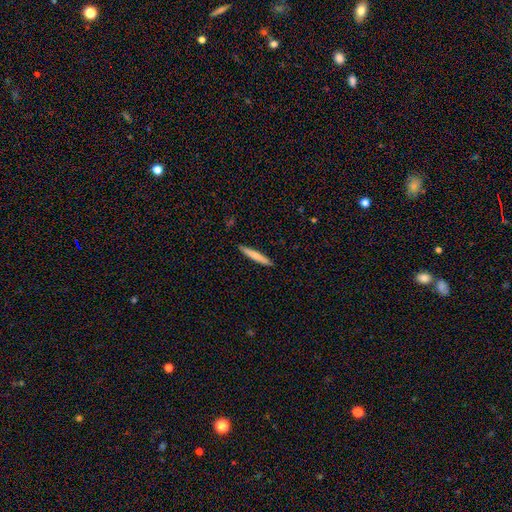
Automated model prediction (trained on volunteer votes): The model was most divided on "smooth or featured": smooth: 74%, featured or disk: 21%, star or artifact: 5%. More confident: how rounded — cigar-shaped (95%); merging — none (91%).